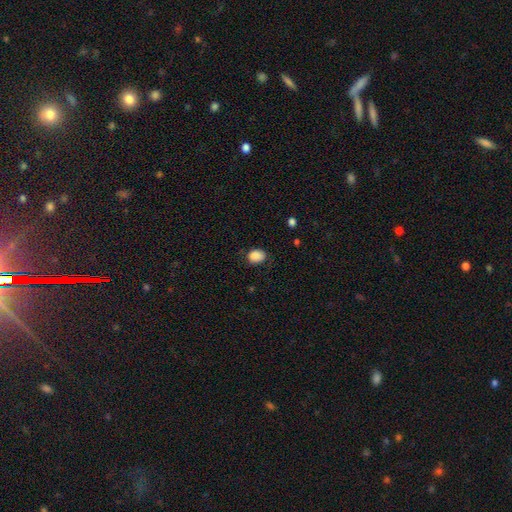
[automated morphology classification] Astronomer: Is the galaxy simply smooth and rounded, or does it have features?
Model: smooth — 88%.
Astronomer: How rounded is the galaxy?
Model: in between — 58% (runner-up: round, 41%).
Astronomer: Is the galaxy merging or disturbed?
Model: none — 76%.